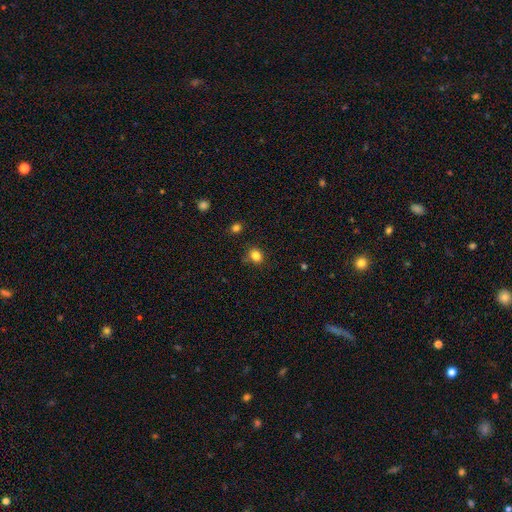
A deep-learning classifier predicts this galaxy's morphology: Smooth or featured?
  - smooth: 82% *
  - star or artifact: 12%
  - featured or disk: 5%
How rounded?
  - round: 68% *
  - in between: 31%
  - cigar-shaped: 1%
Merging?
  - none: 82% *
  - minor disturbance: 12%
  - merger: 3%
  - major disturbance: 3%